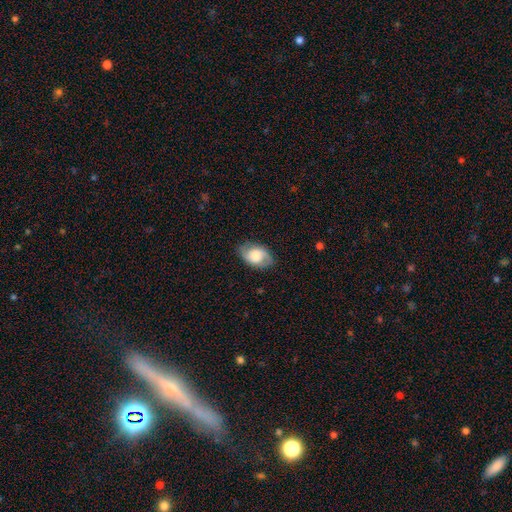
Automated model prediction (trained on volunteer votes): The model was most divided on "smooth or featured": smooth: 47%, featured or disk: 46%, star or artifact: 8%. More confident: merging — none (79%).